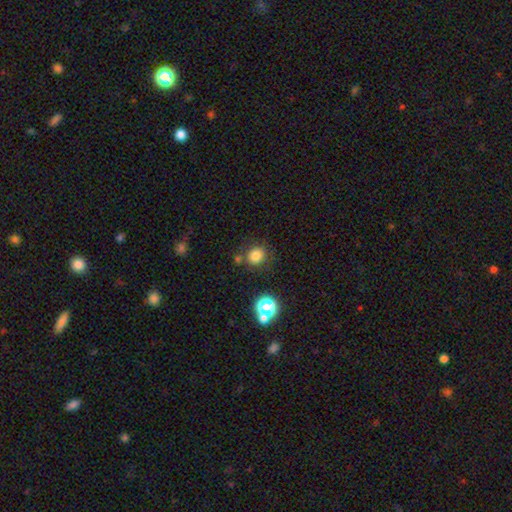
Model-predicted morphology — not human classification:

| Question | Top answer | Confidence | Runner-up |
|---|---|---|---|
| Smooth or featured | smooth | 79% | star or artifact (15%) |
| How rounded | round | 83% | in between (16%) |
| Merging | none | 75% | minor disturbance (12%) |